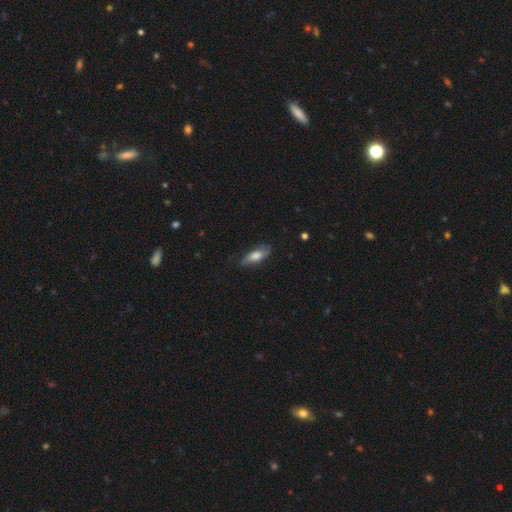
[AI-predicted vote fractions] The model was most divided on "smooth or featured": smooth: 52%, featured or disk: 40%, star or artifact: 7%. More confident: how rounded — in between (73%); merging — none (73%).